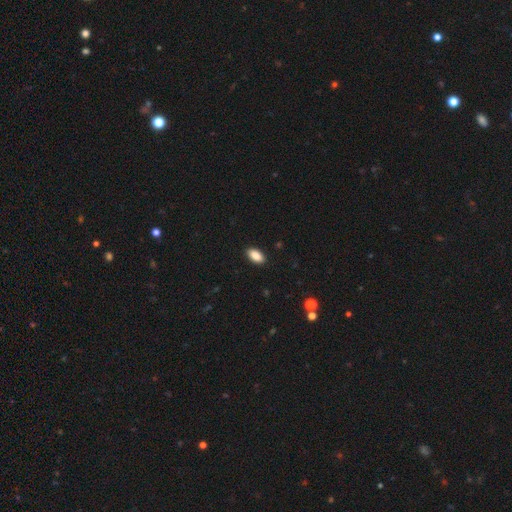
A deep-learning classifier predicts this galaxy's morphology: smooth_or_featured: smooth (p=0.88) [alt: star or artifact p=0.07]
how_rounded: in between (p=0.92) [alt: cigar-shaped p=0.04]
merging: none (p=0.90) [alt: minor disturbance p=0.07]